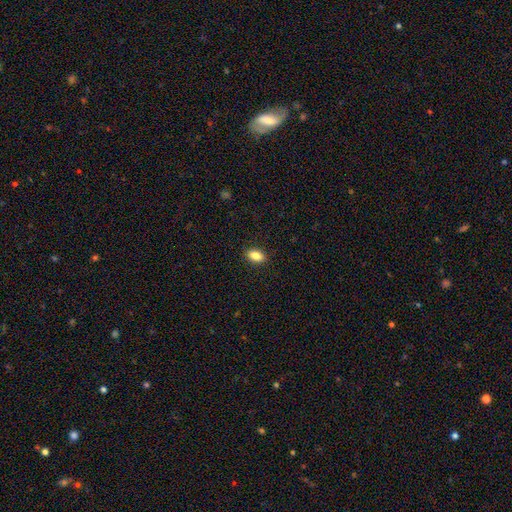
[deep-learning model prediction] This appears to be a smooth galaxy with no disk features (85%) that is in between round and cigar-shaped (88%). Merging: none (90%).